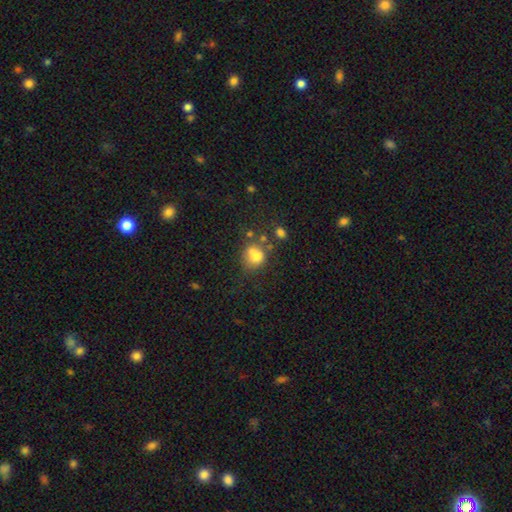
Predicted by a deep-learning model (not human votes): Smooth or featured: smooth — 70% (featured or disk — 17%)
How rounded: round — 67% (in between — 32%)
Merging: none — 39% (merger — 31%)